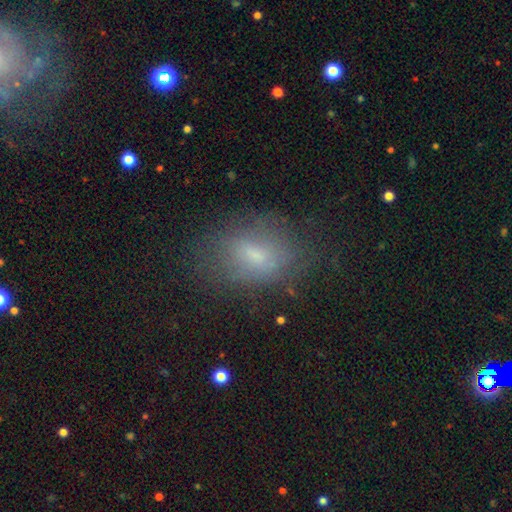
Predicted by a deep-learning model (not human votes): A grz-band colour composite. It shows a smooth galaxy with no disk features (63%) that is in between round and cigar-shaped (80%). Merging: none (66%).